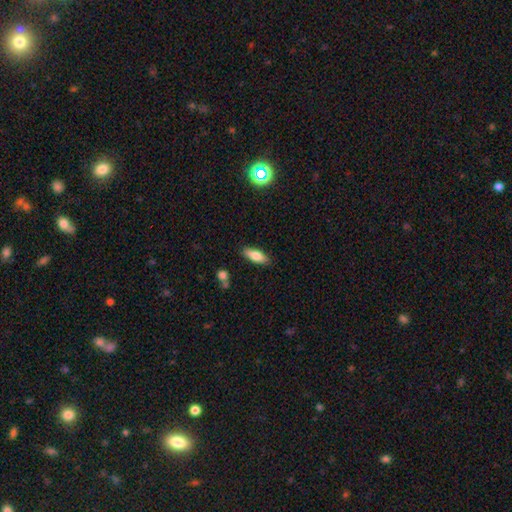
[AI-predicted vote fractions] This is likely a smooth galaxy (77%). How rounded: likely in between (67%). Merging: clearly none (86%).